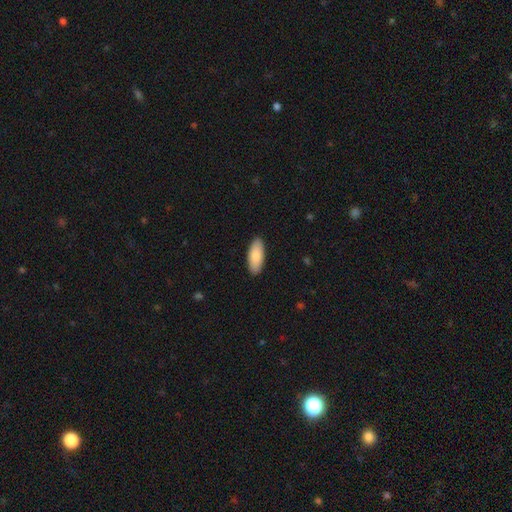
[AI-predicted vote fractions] This is clearly a smooth galaxy (84%). How rounded: clearly in between (82%). Merging: clearly none (90%).